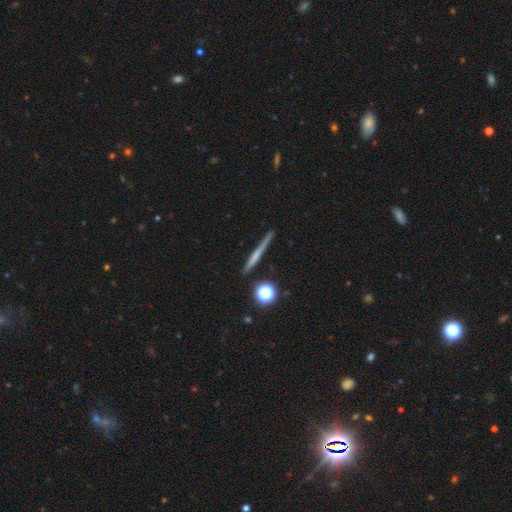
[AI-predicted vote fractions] Smooth or featured? Predicted: smooth (p=0.46). Merging? Predicted: none (p=0.87).